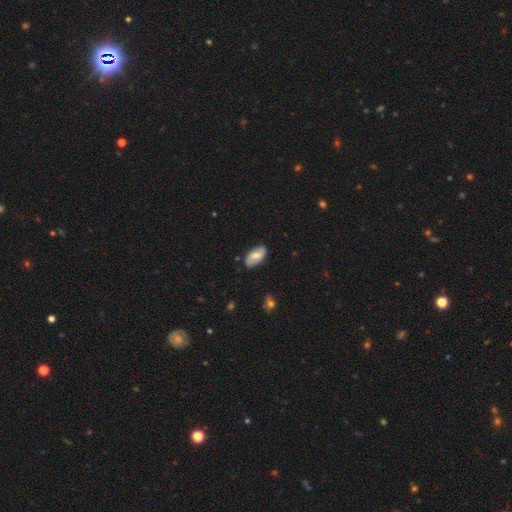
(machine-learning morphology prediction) Smooth or featured: smooth — 55% (featured or disk — 39%)
How rounded: in between — 93% (round — 3%)
Merging: none — 81% (minor disturbance — 15%)